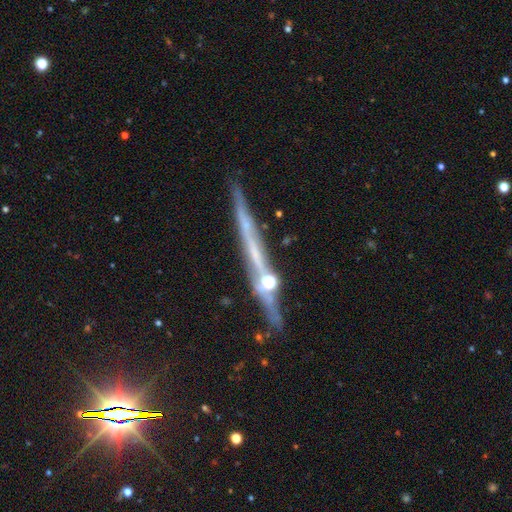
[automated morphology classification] Smooth or featured: featured or disk — 65% (smooth — 19%)
Edge-on disk: yes — 93% (no — 7%)
Edge-on bulge: none — 55% (rounded — 36%)
Merging: none — 67% (minor disturbance — 15%)